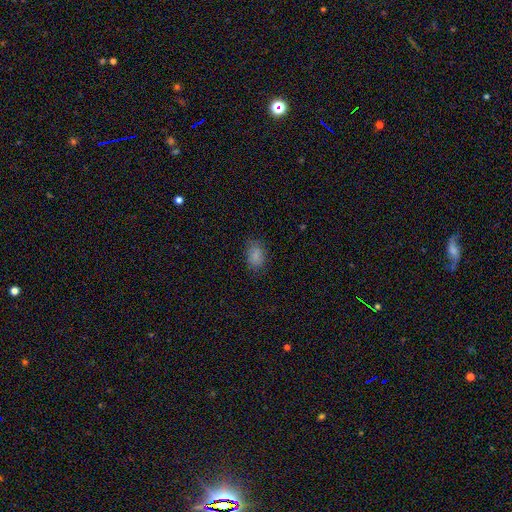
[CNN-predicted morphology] A smooth galaxy with no disk features (84%) that is in between round and cigar-shaped (83%).

Vote fractions:
- Smooth or featured? smooth: 84% / star or artifact: 11% / featured or disk: 5%
- How rounded? in between: 83% / round: 16% / cigar-shaped: 1%
- Merging? none: 79% / minor disturbance: 15% / major disturbance: 4% / merger: 1%